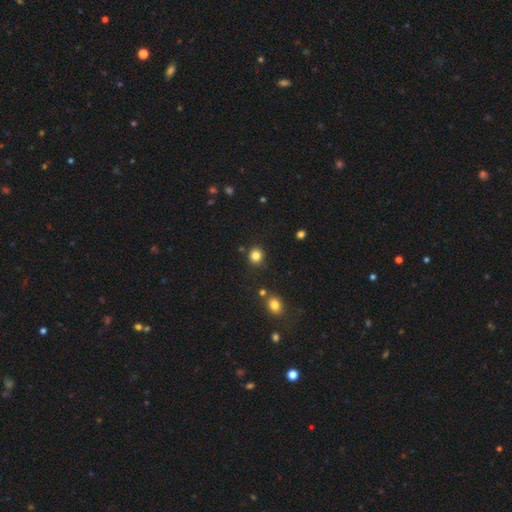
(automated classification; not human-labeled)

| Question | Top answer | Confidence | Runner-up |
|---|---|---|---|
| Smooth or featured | smooth | 83% | star or artifact (12%) |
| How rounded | round | 86% | in between (13%) |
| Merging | none | 86% | minor disturbance (8%) |